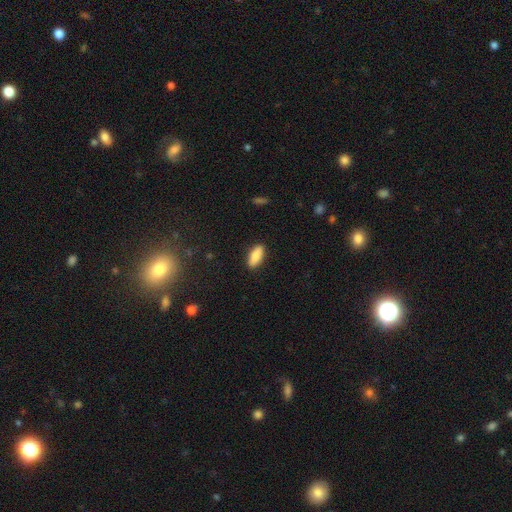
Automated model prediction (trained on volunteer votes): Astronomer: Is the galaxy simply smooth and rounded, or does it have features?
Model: smooth — 85%.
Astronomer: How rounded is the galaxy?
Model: in between — 79%.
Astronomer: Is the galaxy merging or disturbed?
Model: none — 88%.